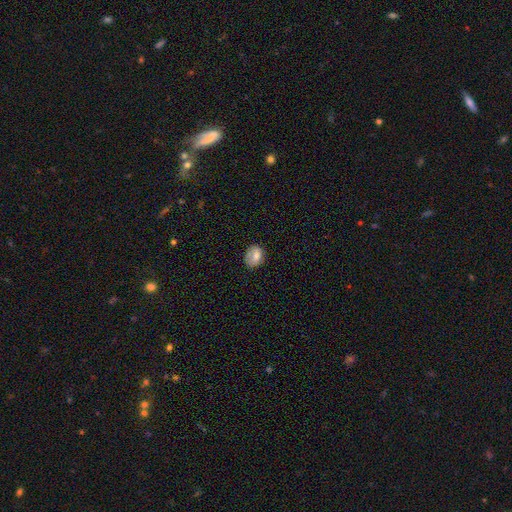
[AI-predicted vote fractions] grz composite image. It shows a smooth galaxy with no disk features (76%) that is in between round and cigar-shaped (58%). Merging: none (73%).